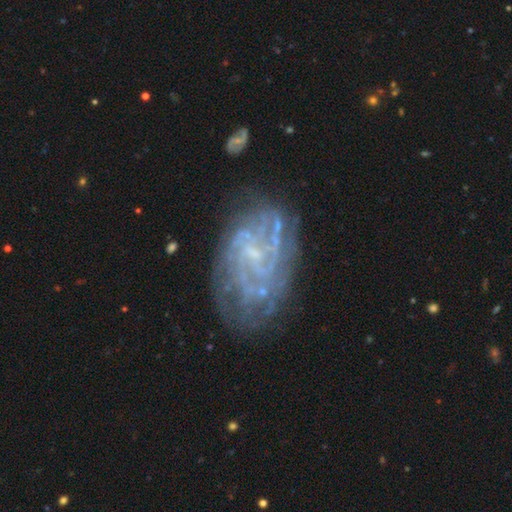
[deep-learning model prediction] Smooth or featured?
  - featured or disk: 81% *
  - star or artifact: 9%
  - smooth: 9%
Edge-on disk?
  - no: 97% *
  - yes: 3%
Bar?
  - no: 48% *
  - weak: 41%
  - strong: 11%
Spiral arms?
  - yes: 85% *
  - no: 15%
Spiral winding?
  - tight: 54% *
  - medium: 33%
  - loose: 13%
Spiral arm count?
  - can't tell: 46% *
  - 4: 14%
  - 2: 12%
  - 3: 12%
  - more than 4: 9%
  - 1: 7%
Bulge size?
  - small: 63% *
  - none: 26%
  - moderate: 9%
  - large: 1%
  - dominant: 1%
Merging?
  - none: 65% *
  - minor disturbance: 19%
  - major disturbance: 13%
  - merger: 4%